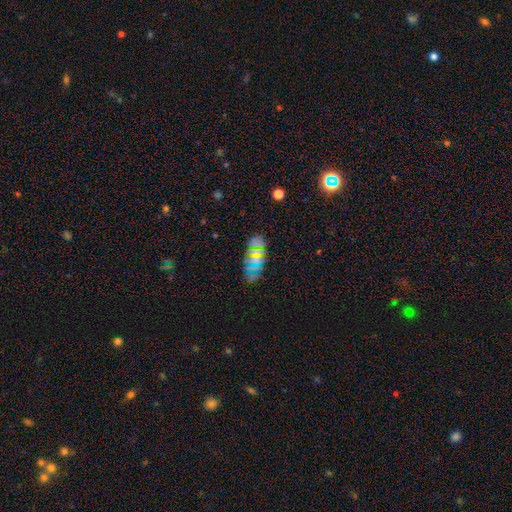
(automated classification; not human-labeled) A star or artifact, not a galaxy (45%).

Vote fractions:
- Smooth or featured? star or artifact: 45% / smooth: 37% / featured or disk: 18%